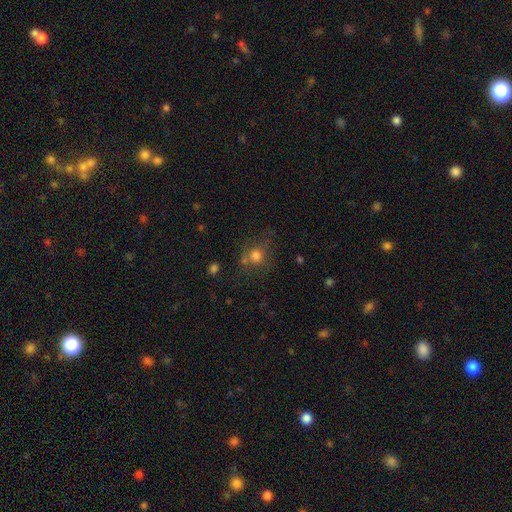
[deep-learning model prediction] This is likely a smooth galaxy (71%). How rounded: likely round (79%). Merging: possibly none (58%).